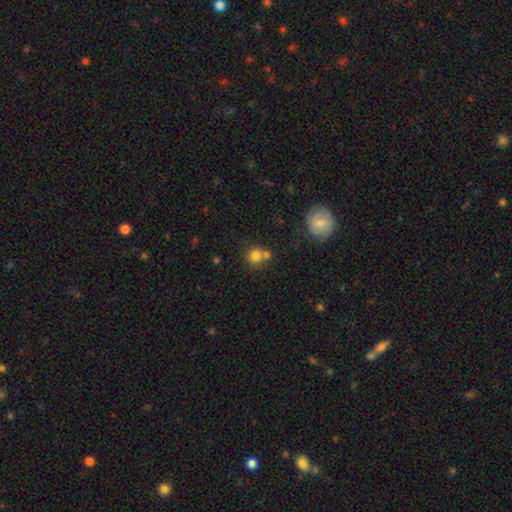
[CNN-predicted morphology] This is likely a smooth galaxy (79%). How rounded: clearly round (86%). Merging: possibly none (53%).